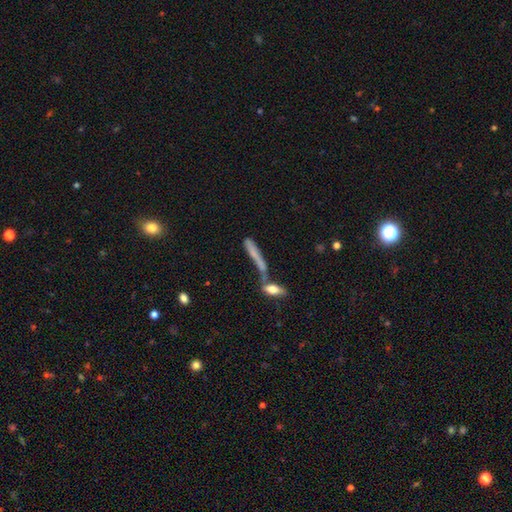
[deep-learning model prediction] Smooth or featured: smooth — 55% (featured or disk — 32%)
How rounded: cigar-shaped — 83% (in between — 13%)
Merging: none — 42% (merger — 37%)